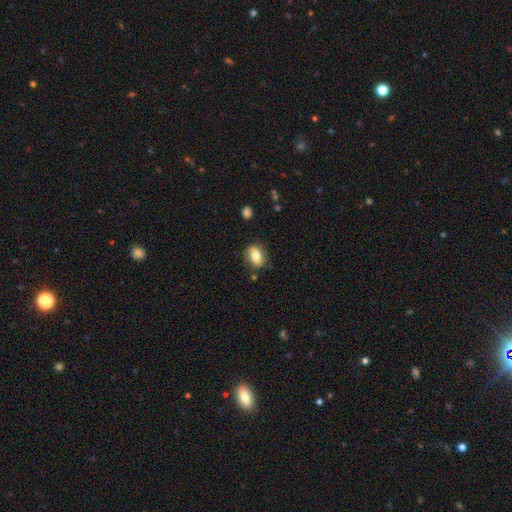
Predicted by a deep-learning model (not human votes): A smooth galaxy with no disk features (71%) that is in between round and cigar-shaped (79%). Merging: none (77%).